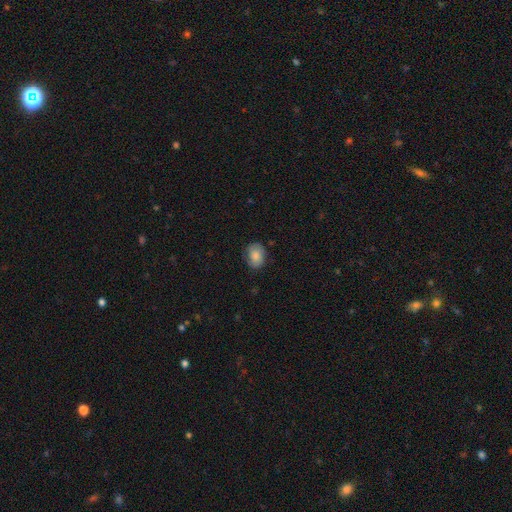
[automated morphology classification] Overall: smooth (78%). How rounded: in between (65%; round 34%). Merging: none (76%).